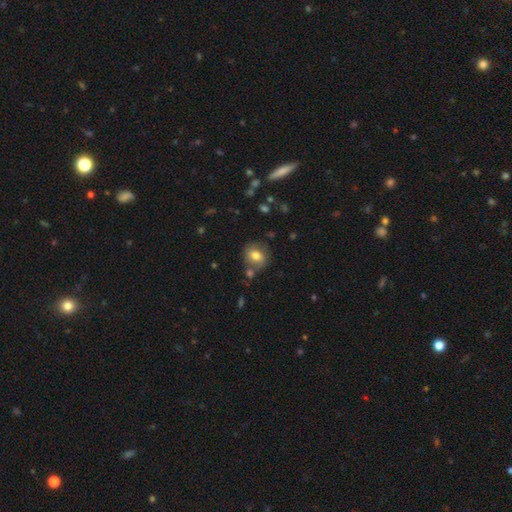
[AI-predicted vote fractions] This is likely a smooth galaxy (70%). How rounded: likely round (63%). Merging: likely none (69%).